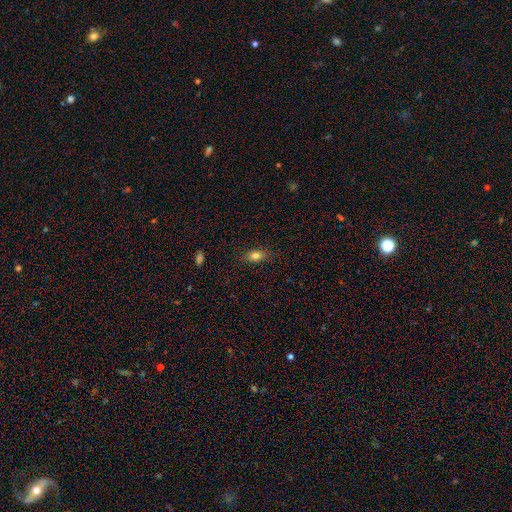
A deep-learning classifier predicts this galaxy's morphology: smooth 80%, featured or disk 10%, star or artifact 10%. Down the decision tree: how rounded — in between (81%); merging — none (84%).